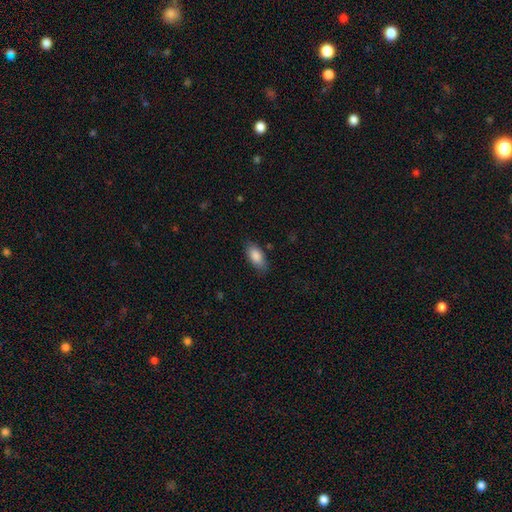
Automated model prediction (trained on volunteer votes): Overall: smooth (86%). How rounded: in between (90%). Merging: none (81%).